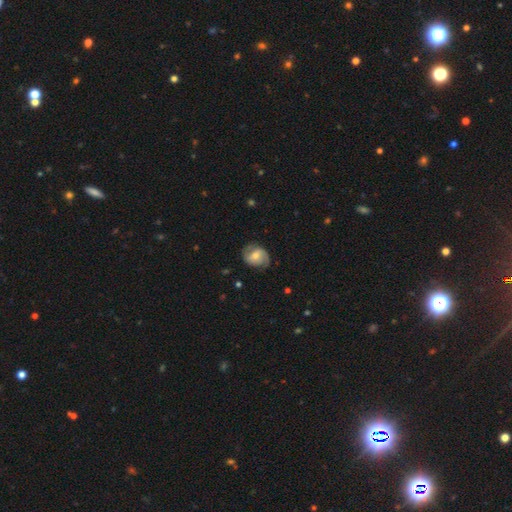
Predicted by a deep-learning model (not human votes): Morphology: type=featured or disk (59%); edge-on=no (96%); bar=no (45%); spiral arms=yes (84%); bulge=moderate (57%); merging=none (71%).